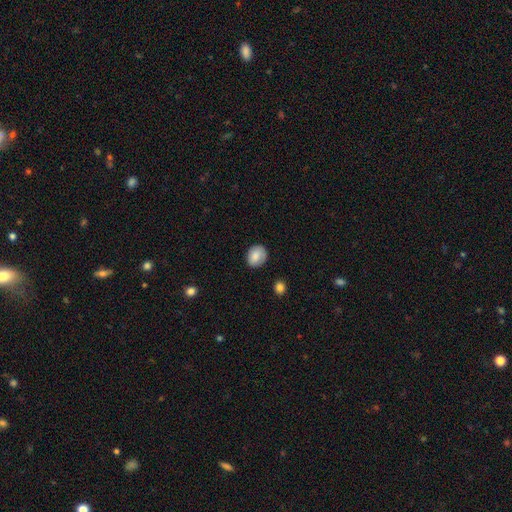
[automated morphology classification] A smooth galaxy with no disk features (83%) that is round (54%). Merging: none (76%).